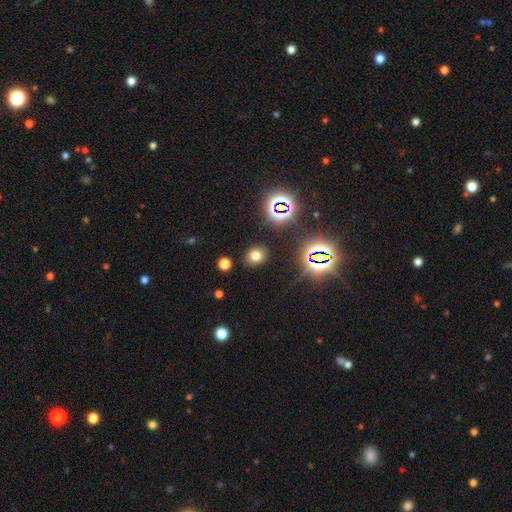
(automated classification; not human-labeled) smooth 69%, star or artifact 23%, featured or disk 8%. Down the decision tree: how rounded — round (64%); merging — none (87%).